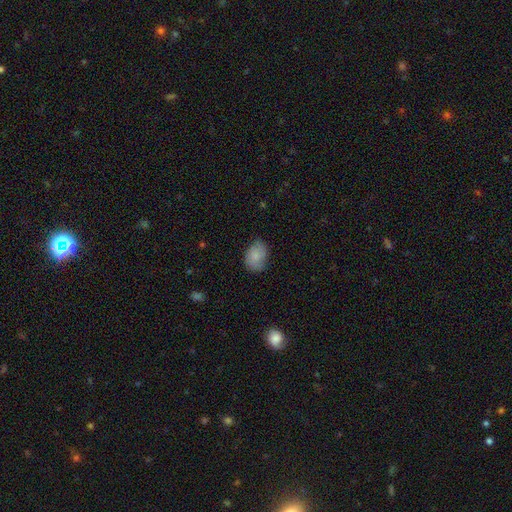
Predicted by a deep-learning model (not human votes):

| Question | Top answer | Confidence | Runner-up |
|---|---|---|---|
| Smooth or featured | smooth | 79% | featured or disk (14%) |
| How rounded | in between | 70% | round (29%) |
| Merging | none | 61% | minor disturbance (30%) |